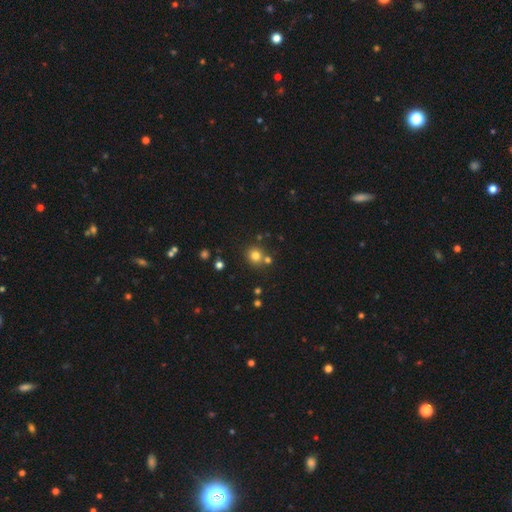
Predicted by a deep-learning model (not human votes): Overall: smooth (77%). How rounded: round (89%). Merging: none (72%).